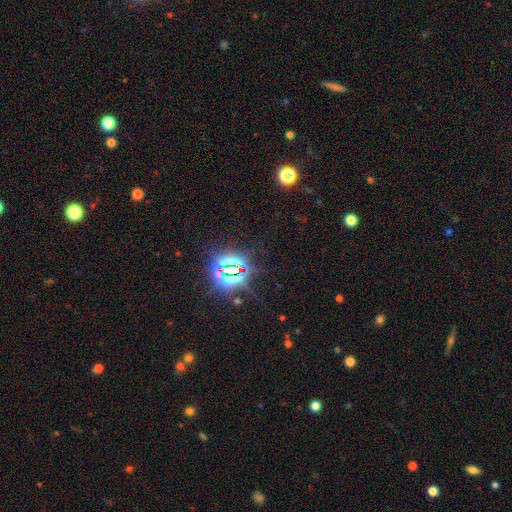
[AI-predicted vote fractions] Morphology: type=star or artifact (83%).